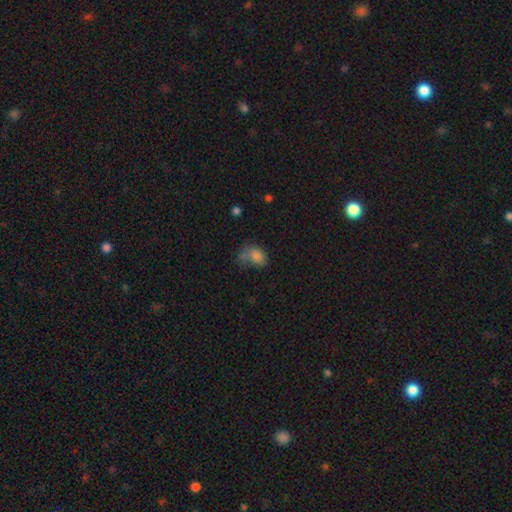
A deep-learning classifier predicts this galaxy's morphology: This is likely a smooth galaxy (73%). How rounded: likely in between (72%). Merging: marginally none (34%).